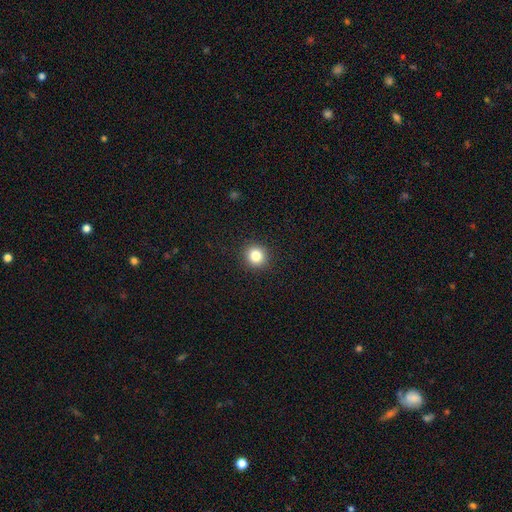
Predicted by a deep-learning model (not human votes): A smooth galaxy with no disk features (83%) that is round (91%). Merging: none (92%).